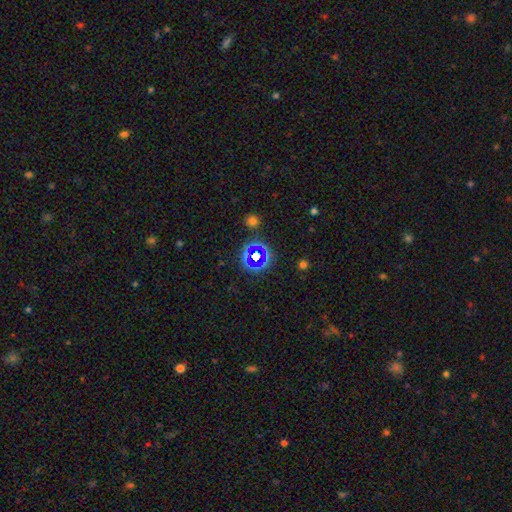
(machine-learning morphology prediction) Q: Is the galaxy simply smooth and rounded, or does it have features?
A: star or artifact — 61%.